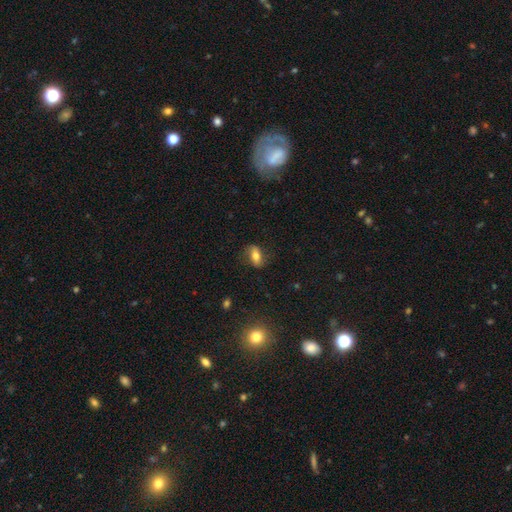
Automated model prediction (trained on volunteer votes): Overall: smooth (63%; featured or disk 27%). How rounded: in between (82%). Merging: none (74%).